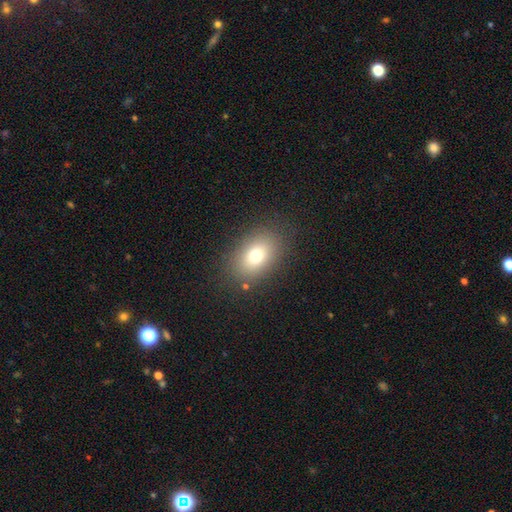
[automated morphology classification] Q: Smooth or featured?
A: smooth (75%); runner-up: featured or disk (13%)
Q: How rounded?
A: in between (79%); runner-up: round (20%)
Q: Merging?
A: none (84%); runner-up: minor disturbance (10%)